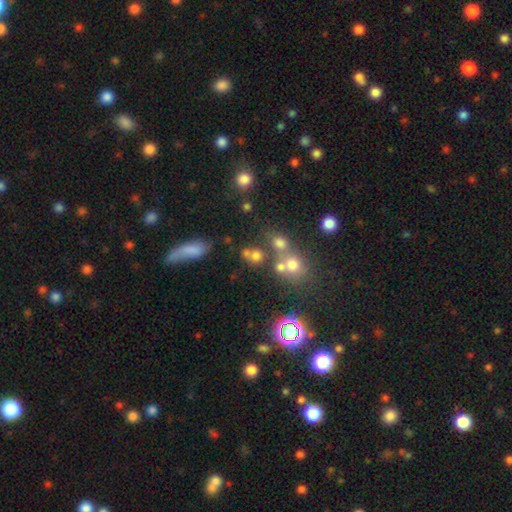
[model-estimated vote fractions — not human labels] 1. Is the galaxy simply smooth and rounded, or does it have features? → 66% smooth, 22% star or artifact, 13% featured or disk.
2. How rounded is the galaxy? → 74% round, 24% in between, 2% cigar-shaped.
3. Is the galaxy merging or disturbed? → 51% none, 30% merger, 12% minor disturbance, 7% major disturbance.